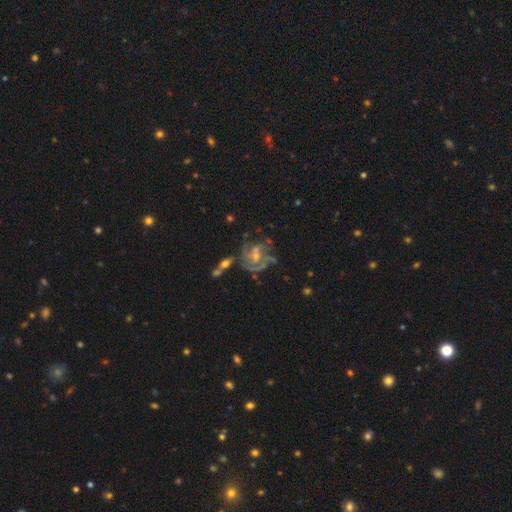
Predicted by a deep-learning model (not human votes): featured or disk 76%, smooth 14%, star or artifact 9%. Down the decision tree: edge-on disk — no (98%); bar — no (60%); spiral arms — yes (76%); spiral arm count — can't tell (36%); spiral winding — tight (42%); bulge size — small (46%); merging — none (39%).